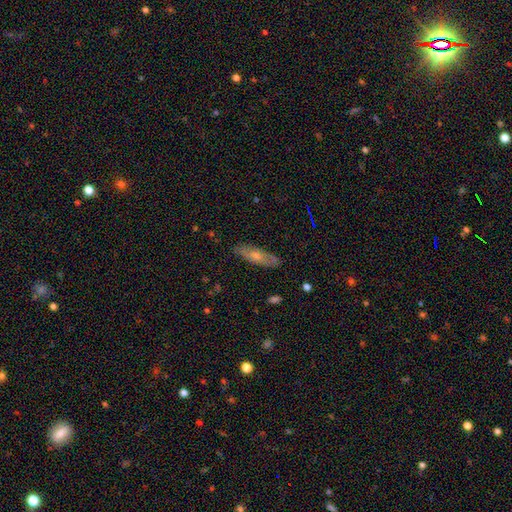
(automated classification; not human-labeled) A smooth galaxy with no disk features (55%) that is cigar-shaped (49%). Merging: none (81%).